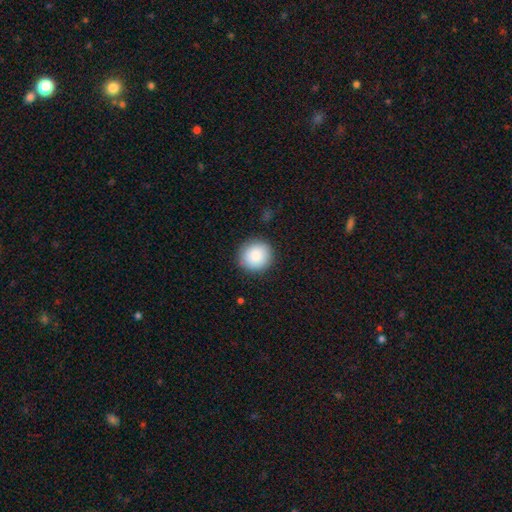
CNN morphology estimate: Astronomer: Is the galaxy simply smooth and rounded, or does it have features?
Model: smooth — 88%.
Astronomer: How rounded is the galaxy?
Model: round — 92%.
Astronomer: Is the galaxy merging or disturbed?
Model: none — 90%.